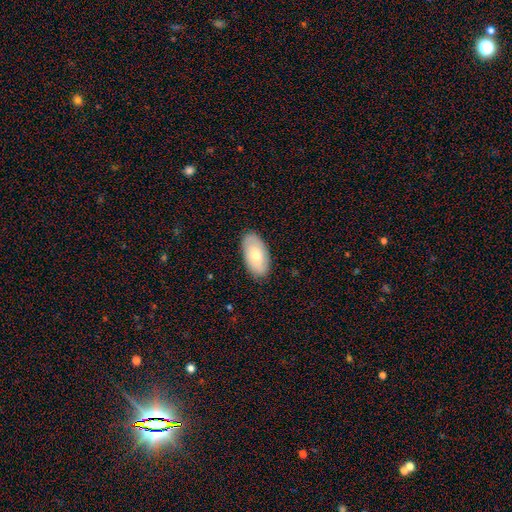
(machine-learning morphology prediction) type=smooth (68%); roundness=in between (95%); merging=none (86%).